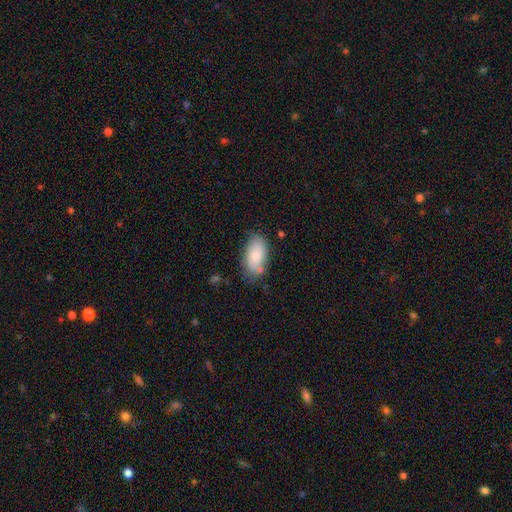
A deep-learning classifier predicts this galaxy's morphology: Q: Smooth or featured?
A: smooth (81%); runner-up: featured or disk (13%)
Q: How rounded?
A: in between (93%); runner-up: cigar-shaped (4%)
Q: Merging?
A: none (73%); runner-up: minor disturbance (19%)